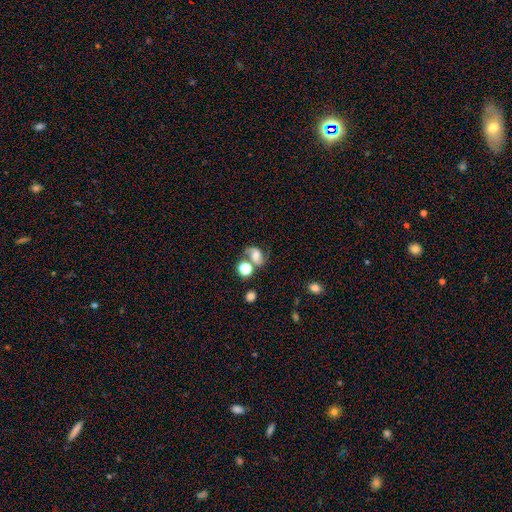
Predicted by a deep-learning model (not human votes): Overall: featured or disk (62%; smooth 25%). Edge-on disk: no (97%). Bar: no (51%; weak 35%). Spiral arms: yes (91%). Spiral arm count: 2 (89%). Spiral winding: medium (46%; loose 41%). Bulge size: moderate (47%; small 21%). Merging: none (53%; merger 22%).